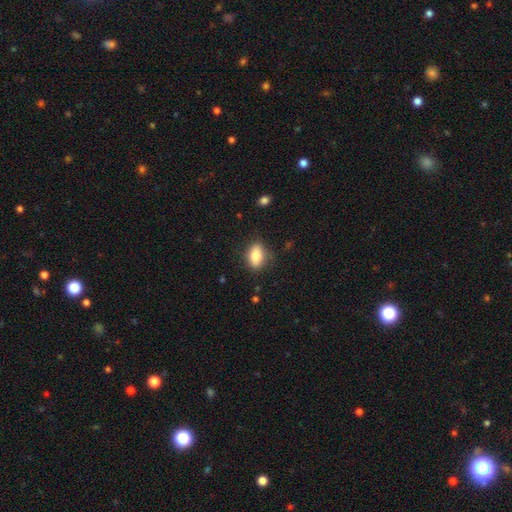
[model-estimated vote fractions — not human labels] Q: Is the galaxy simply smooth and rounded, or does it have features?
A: smooth — 82%.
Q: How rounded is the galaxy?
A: in between — 84%.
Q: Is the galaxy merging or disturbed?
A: none — 82%.